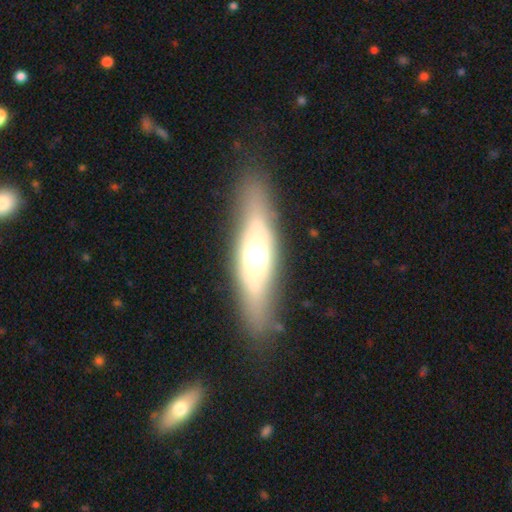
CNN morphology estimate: Overall: featured or disk (62%; smooth 32%). Edge-on disk: yes (60%; no 40%). Merging: none (81%).